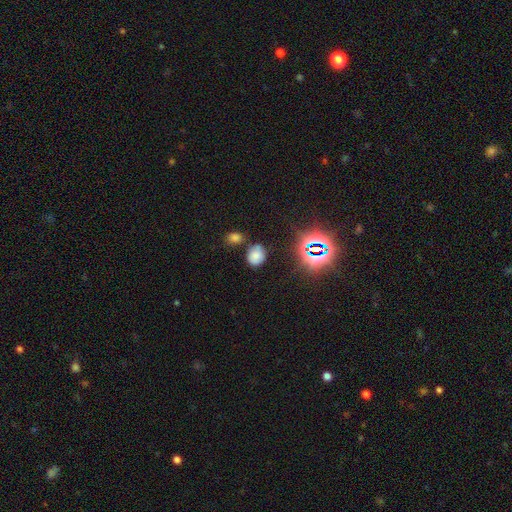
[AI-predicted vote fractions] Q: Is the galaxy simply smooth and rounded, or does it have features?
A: smooth — 68%.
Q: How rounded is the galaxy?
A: round — 55%.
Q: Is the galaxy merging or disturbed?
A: none — 67%.